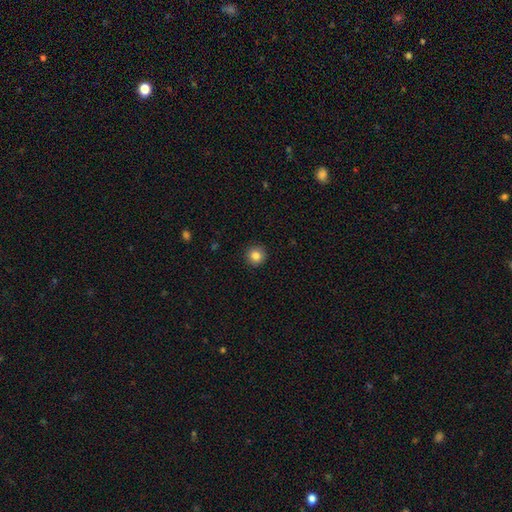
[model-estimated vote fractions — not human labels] Smooth or featured? Predicted: smooth (p=0.85). How rounded? Predicted: round (p=0.95). Merging? Predicted: none (p=0.92).